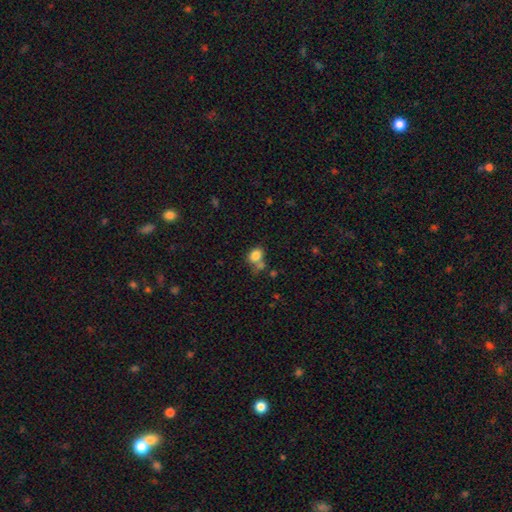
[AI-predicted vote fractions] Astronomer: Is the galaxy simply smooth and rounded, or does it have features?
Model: smooth — 82%.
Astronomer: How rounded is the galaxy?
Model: in between — 50% (runner-up: round, 49%).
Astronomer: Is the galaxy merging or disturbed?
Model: none — 50%.